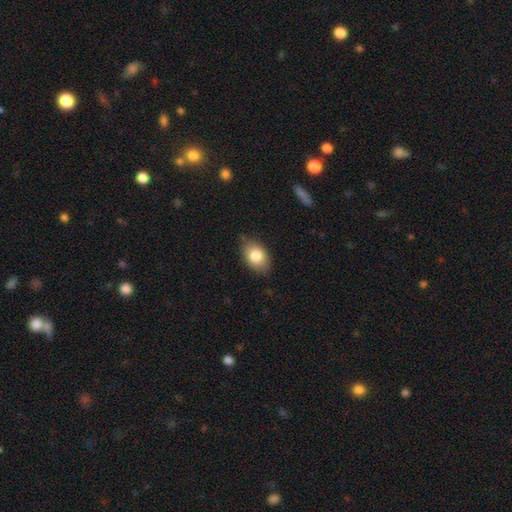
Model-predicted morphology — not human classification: type=smooth (81%); roundness=in between (82%); merging=none (80%).